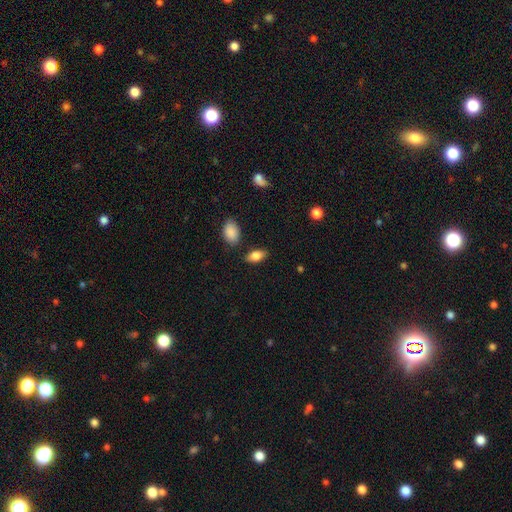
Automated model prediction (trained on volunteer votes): A smooth galaxy with no disk features (80%) that is in between round and cigar-shaped (89%).

Vote fractions:
- Smooth or featured? smooth: 80% / featured or disk: 13% / star or artifact: 7%
- How rounded? in between: 89% / cigar-shaped: 6% / round: 4%
- Merging? none: 82% / minor disturbance: 11% / merger: 4% / major disturbance: 3%